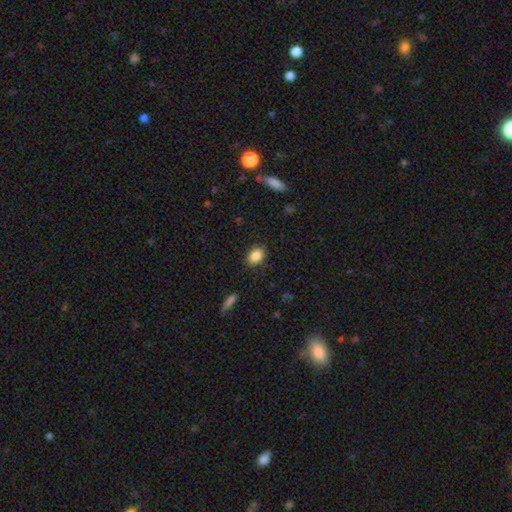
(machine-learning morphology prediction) Smooth or featured? Predicted: smooth (p=0.87). How rounded? Predicted: in between (p=0.72). Merging? Predicted: none (p=0.86).